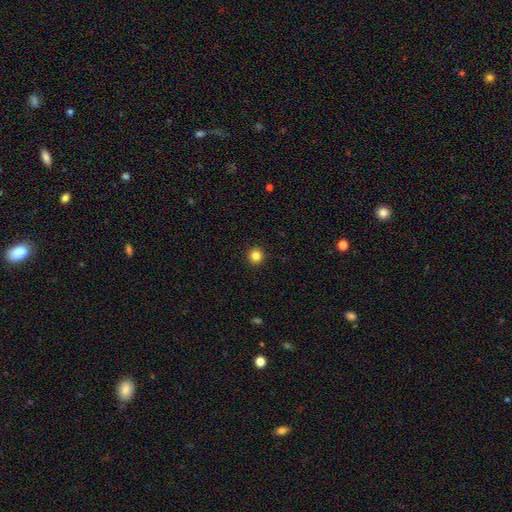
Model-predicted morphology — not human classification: smooth 84%, star or artifact 11%, featured or disk 4%. Down the decision tree: how rounded — round (95%); merging — none (93%).